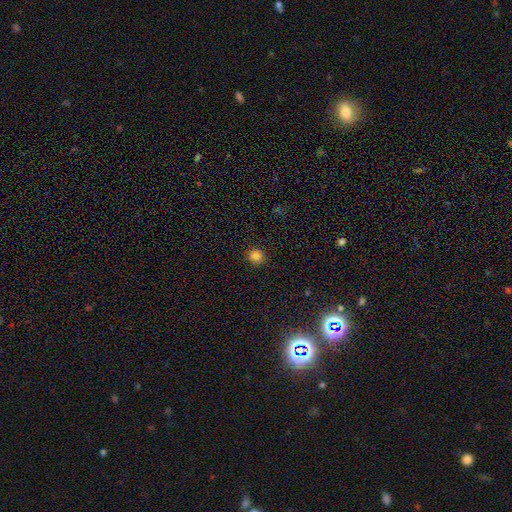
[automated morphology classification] smooth-or-featured: smooth: 83% | star or artifact: 13% | featured or disk: 5%
  how-rounded: round: 94% | in between: 6% | cigar-shaped: 1%
  merging: none: 92% | minor disturbance: 6% | major disturbance: 2% | merger: 1%